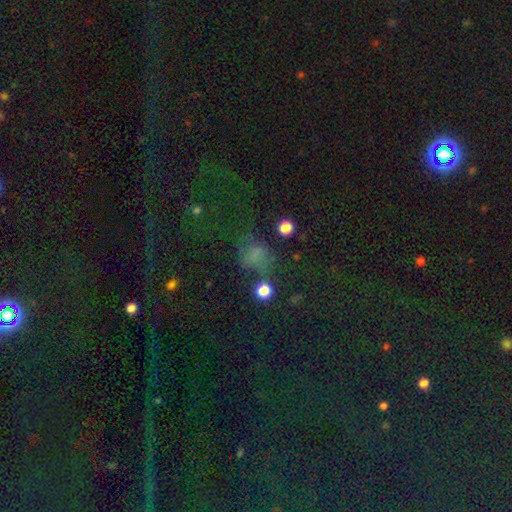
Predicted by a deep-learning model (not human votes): Smooth or featured?
  - smooth: 56% *
  - star or artifact: 30%
  - featured or disk: 14%
How rounded?
  - round: 56% *
  - in between: 42%
  - cigar-shaped: 2%
Merging?
  - none: 49% *
  - major disturbance: 22%
  - minor disturbance: 21%
  - merger: 8%